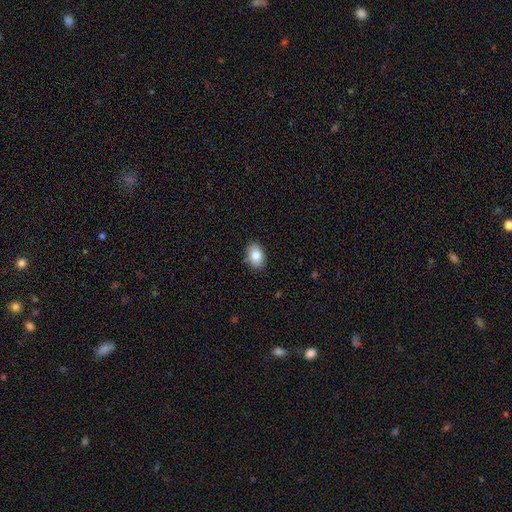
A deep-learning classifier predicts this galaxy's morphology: Smooth or featured: smooth — 85% (star or artifact — 8%)
How rounded: in between — 81% (round — 18%)
Merging: none — 85% (minor disturbance — 12%)